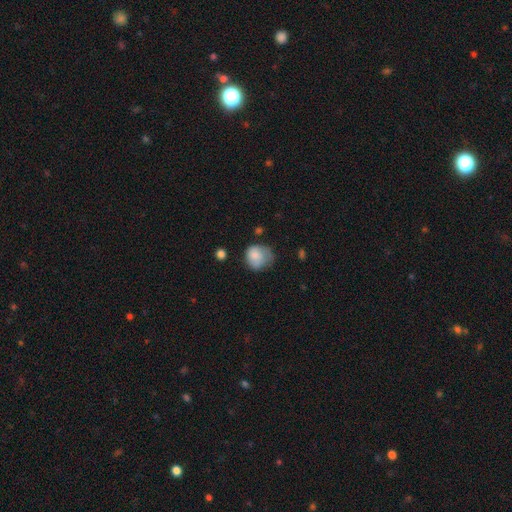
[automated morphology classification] Q: Smooth or featured?
A: smooth (78%); runner-up: featured or disk (14%)
Q: How rounded?
A: round (70%); runner-up: in between (29%)
Q: Merging?
A: none (38%); tied with: minor disturbance (38%)